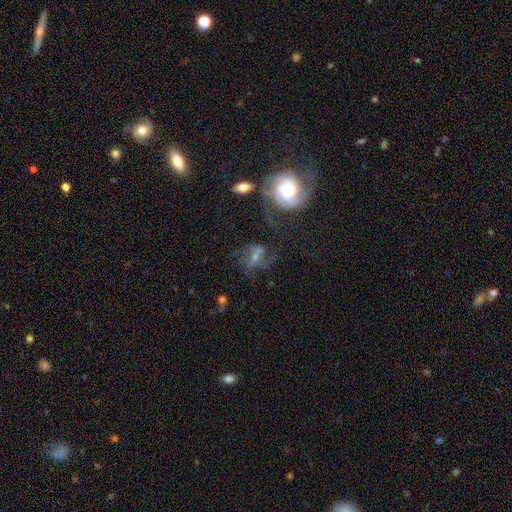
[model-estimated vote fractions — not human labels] smooth_or_featured: featured or disk (p=0.61) [alt: smooth p=0.23]
disk_edge_on: no (p=0.94) [alt: yes p=0.06]
bar: weak (p=0.41) [alt: no p=0.38]
has_spiral_arms: yes (p=0.77) [alt: no p=0.23]
bulge_size: moderate (p=0.44) [alt: small p=0.38]
merging: none (p=0.40) [alt: major disturbance p=0.31]